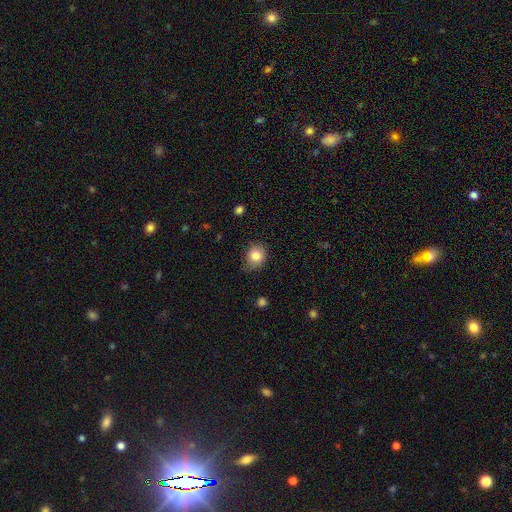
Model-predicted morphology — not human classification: This is clearly a smooth galaxy (84%). How rounded: likely round (67%). Merging: likely none (71%).